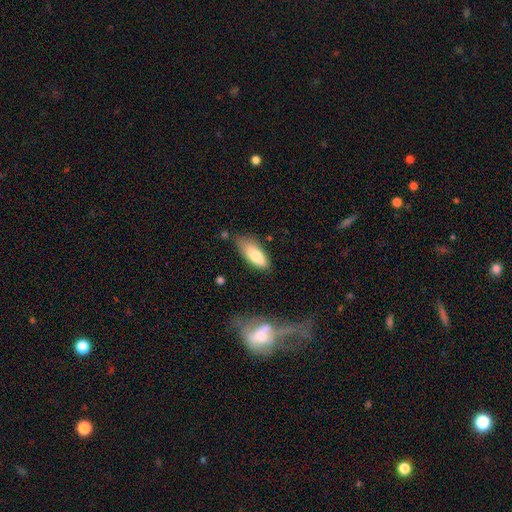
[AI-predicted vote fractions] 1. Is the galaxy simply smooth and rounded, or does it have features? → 78% smooth, 15% featured or disk, 7% star or artifact.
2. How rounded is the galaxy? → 74% in between, 24% cigar-shaped, 2% round.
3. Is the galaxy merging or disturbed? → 64% none, 25% minor disturbance, 6% major disturbance, 5% merger.